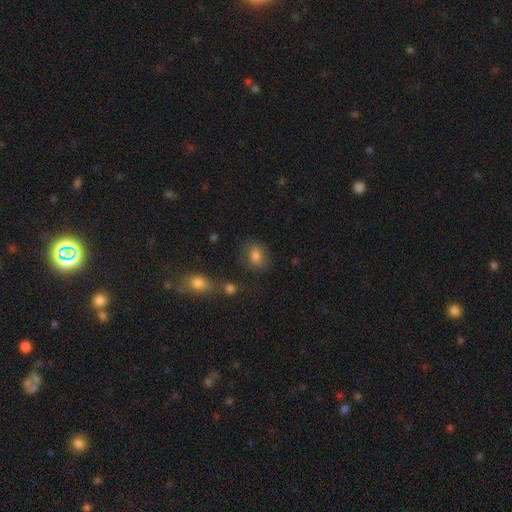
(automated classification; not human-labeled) Overall: smooth (77%). How rounded: in between (57%; round 41%). Merging: none (70%).